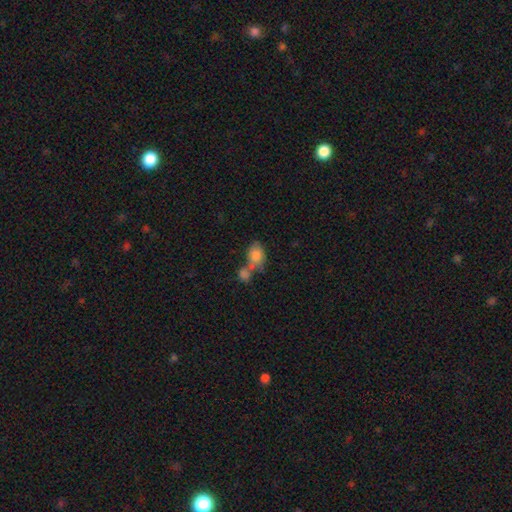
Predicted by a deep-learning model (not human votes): This is likely a smooth galaxy (80%). How rounded: likely in between (66%). Merging: possibly merger (52%).